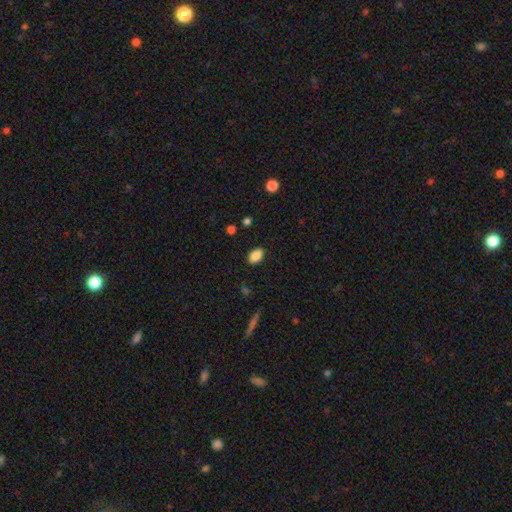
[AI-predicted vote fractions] A smooth galaxy with no disk features (86%) that is in between round and cigar-shaped (90%).

Vote fractions:
- Smooth or featured? smooth: 86% / star or artifact: 8% / featured or disk: 5%
- How rounded? in between: 90% / round: 9% / cigar-shaped: 2%
- Merging? none: 88% / minor disturbance: 9% / major disturbance: 2% / merger: 1%